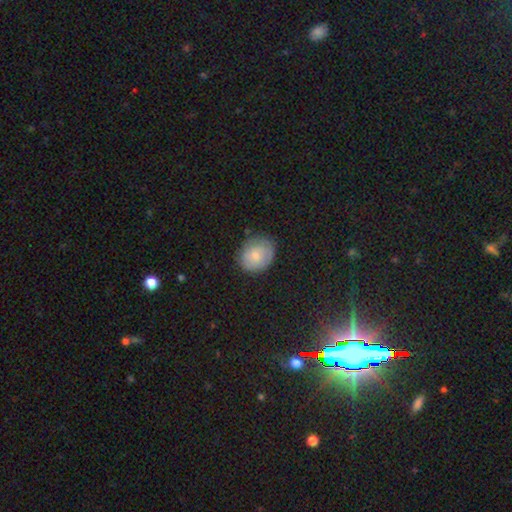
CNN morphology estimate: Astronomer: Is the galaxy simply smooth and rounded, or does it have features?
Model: smooth — 65%.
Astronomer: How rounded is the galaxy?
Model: round — 54% (runner-up: in between, 45%).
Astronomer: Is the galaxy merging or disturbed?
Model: none — 73%.